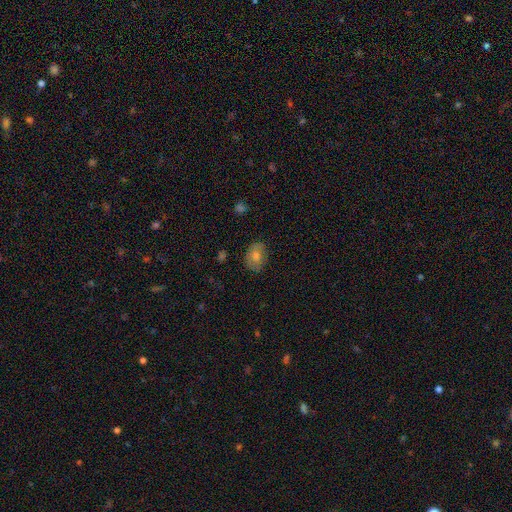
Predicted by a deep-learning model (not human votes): smooth-or-featured: smooth: 69% | featured or disk: 20% | star or artifact: 12%
  how-rounded: in between: 66% | round: 33% | cigar-shaped: 1%
  merging: none: 82% | minor disturbance: 14% | major disturbance: 3% | merger: 1%